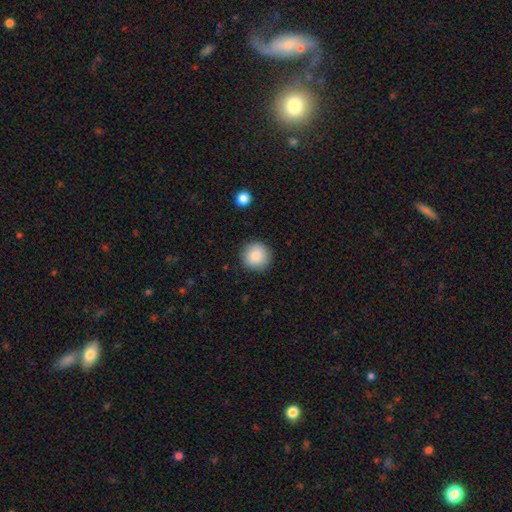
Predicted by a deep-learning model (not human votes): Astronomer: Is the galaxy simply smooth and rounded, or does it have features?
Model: smooth — 87%.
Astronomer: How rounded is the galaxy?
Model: round — 95%.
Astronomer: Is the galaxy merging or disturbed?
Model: none — 91%.